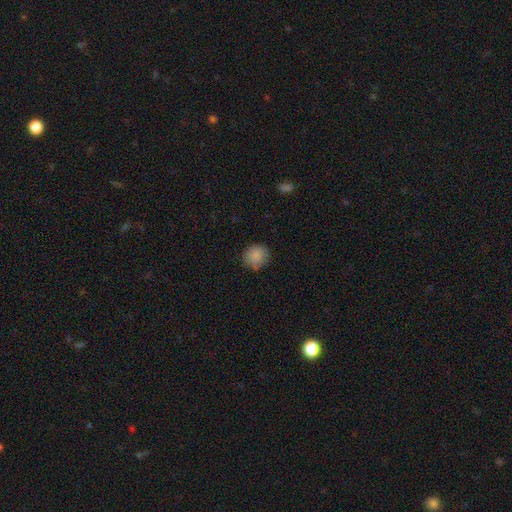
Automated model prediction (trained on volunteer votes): smooth 86%, star or artifact 9%, featured or disk 5%. Down the decision tree: how rounded — round (85%); merging — none (77%).